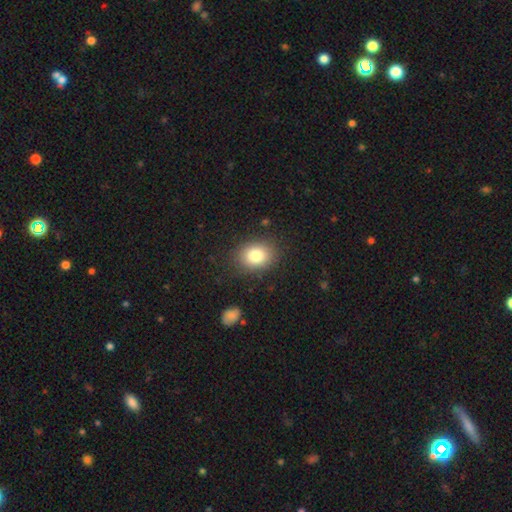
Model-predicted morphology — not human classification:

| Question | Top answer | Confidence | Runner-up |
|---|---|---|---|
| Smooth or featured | smooth | 82% | star or artifact (10%) |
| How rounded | in between | 58% | round (42%) |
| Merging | none | 85% | minor disturbance (10%) |